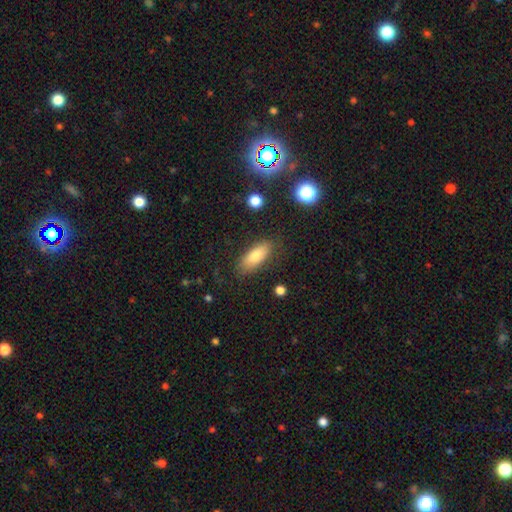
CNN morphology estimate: A smooth galaxy with no disk features (76%) that is in between round and cigar-shaped (76%).

Vote fractions:
- Smooth or featured? smooth: 76% / featured or disk: 16% / star or artifact: 8%
- How rounded? in between: 76% / cigar-shaped: 21% / round: 3%
- Merging? none: 81% / minor disturbance: 13% / major disturbance: 4% / merger: 2%